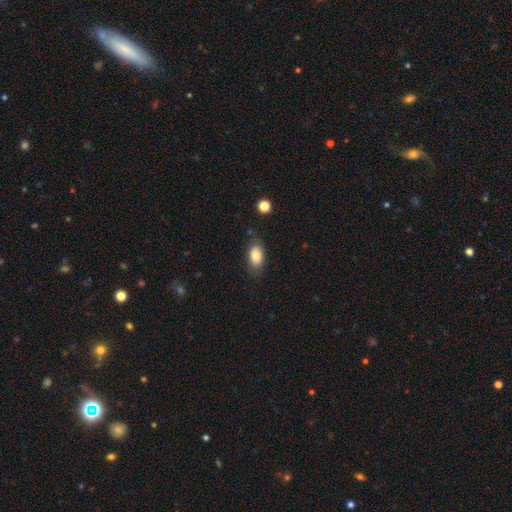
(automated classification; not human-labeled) This appears to be a smooth galaxy with no disk features (80%) that is in between round and cigar-shaped (88%). Merging: none (78%).